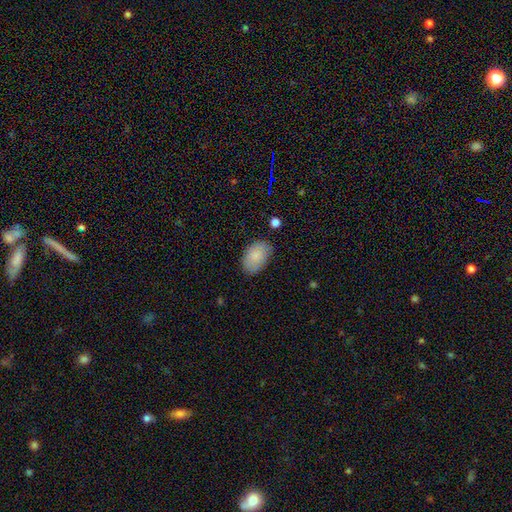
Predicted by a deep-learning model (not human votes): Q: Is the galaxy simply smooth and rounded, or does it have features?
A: smooth — 84%.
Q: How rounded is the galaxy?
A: in between — 90%.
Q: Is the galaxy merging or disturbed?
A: none — 78%.